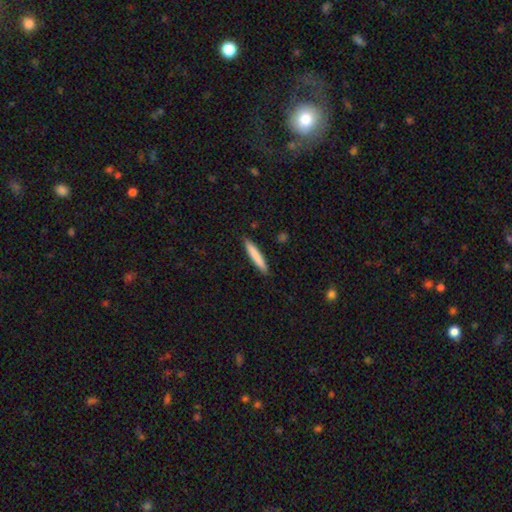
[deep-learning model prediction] This appears to be a smooth galaxy with no disk features (81%) that is cigar-shaped (93%). Merging: none (90%).